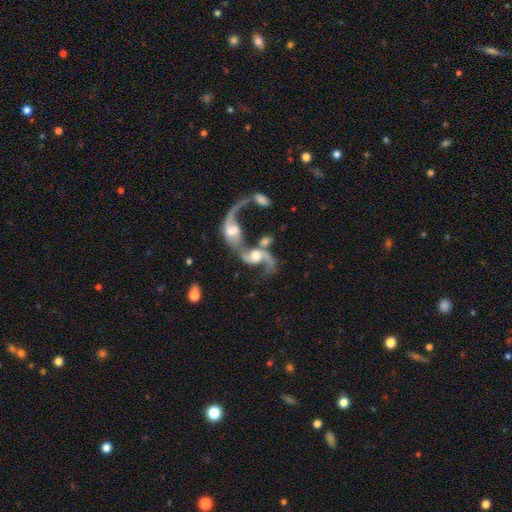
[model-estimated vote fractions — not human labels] Smooth or featured?
  - featured or disk: 82% *
  - smooth: 12%
  - star or artifact: 7%
Edge-on disk?
  - no: 95% *
  - yes: 5%
Bar?
  - no: 54% *
  - weak: 34%
  - strong: 11%
Spiral arms?
  - yes: 91% *
  - no: 9%
Spiral winding?
  - loose: 77% *
  - medium: 19%
  - tight: 4%
Spiral arm count?
  - 2: 83% *
  - 1: 9%
  - can't tell: 4%
  - 3: 1%
  - 4: 1%
  - more than 4: 1%
Bulge size?
  - moderate: 53% *
  - large: 23%
  - small: 15%
  - none: 6%
  - dominant: 3%
Merging?
  - merger: 74% *
  - none: 12%
  - major disturbance: 9%
  - minor disturbance: 5%